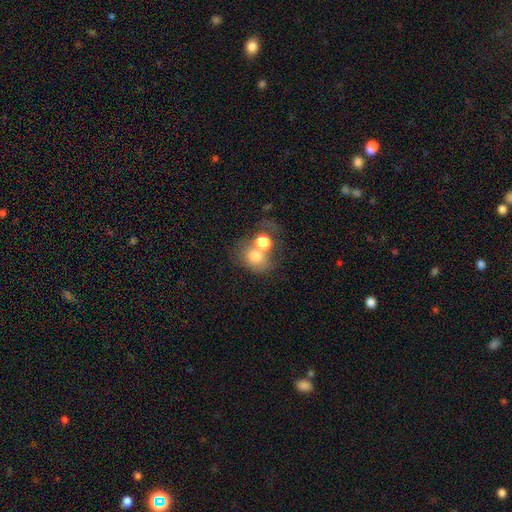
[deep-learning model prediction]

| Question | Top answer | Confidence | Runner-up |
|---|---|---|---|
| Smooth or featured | smooth | 71% | featured or disk (16%) |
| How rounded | round | 60% | in between (39%) |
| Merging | merger | 47% | none (36%) |